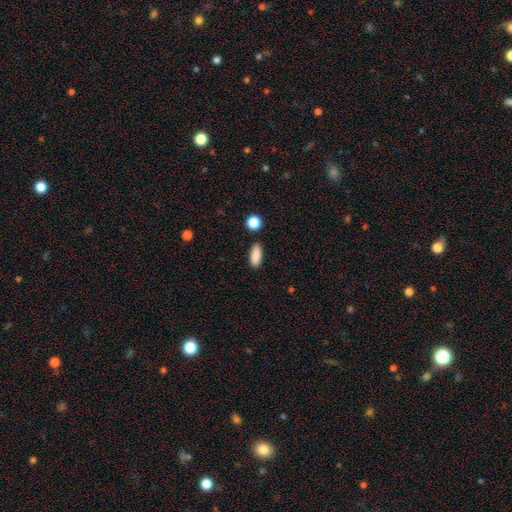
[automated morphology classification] Overall: smooth (89%). How rounded: in between (76%). Merging: none (87%).